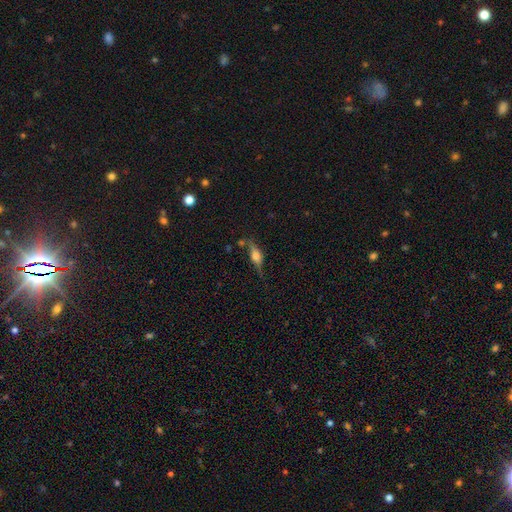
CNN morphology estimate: Smooth or featured?
  - featured or disk: 57% *
  - smooth: 34%
  - star or artifact: 9%
Edge-on disk?
  - yes: 88% *
  - no: 12%
Merging?
  - none: 61% *
  - minor disturbance: 23%
  - major disturbance: 10%
  - merger: 7%